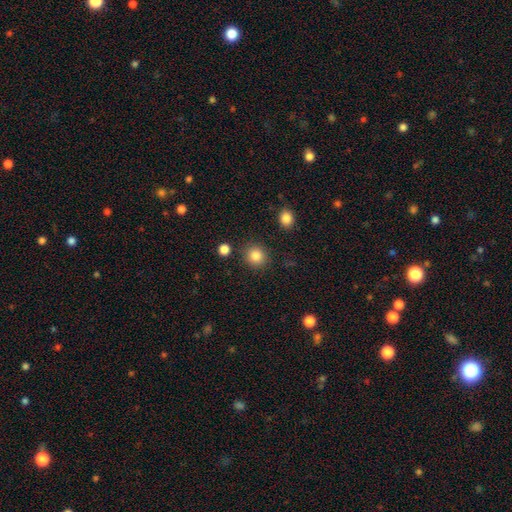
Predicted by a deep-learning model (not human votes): Morphology: type=smooth (86%); roundness=round (90%); merging=none (88%).